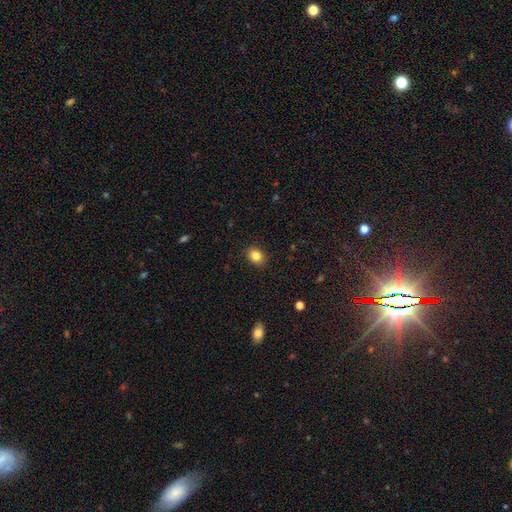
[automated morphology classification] Smooth or featured? smooth (84%)
How rounded? round (52%)
Merging? none (89%)